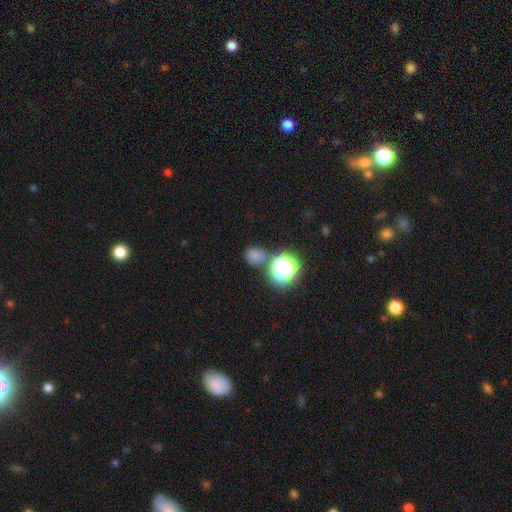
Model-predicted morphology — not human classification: Smooth or featured? Predicted: smooth (p=0.70). How rounded? Predicted: round (p=0.71). Merging? Predicted: none (p=0.67).